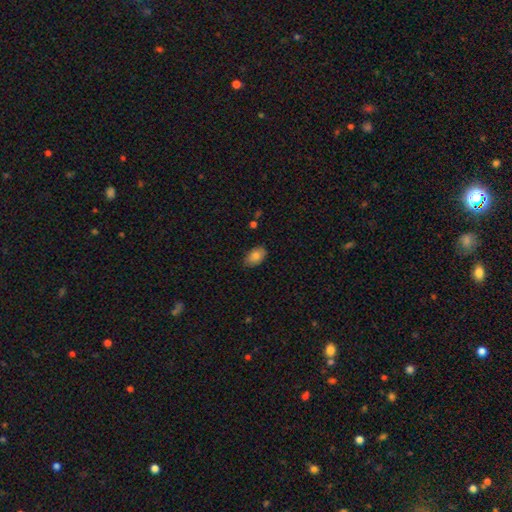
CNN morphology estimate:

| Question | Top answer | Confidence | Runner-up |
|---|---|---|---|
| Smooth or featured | smooth | 81% | featured or disk (12%) |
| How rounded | in between | 90% | round (9%) |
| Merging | none | 78% | minor disturbance (18%) |